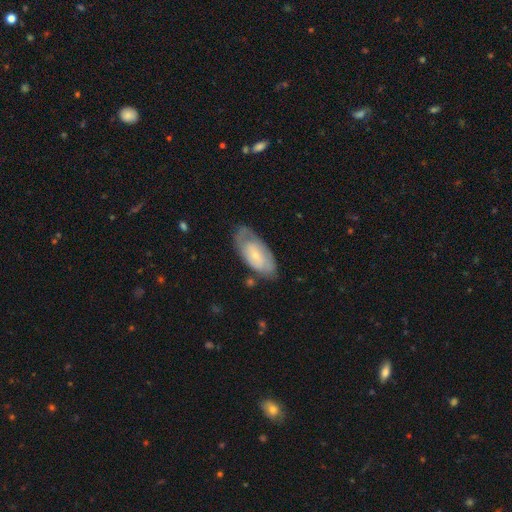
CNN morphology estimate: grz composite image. It shows a featured or disk galaxy (50%). Merging: none (60%).